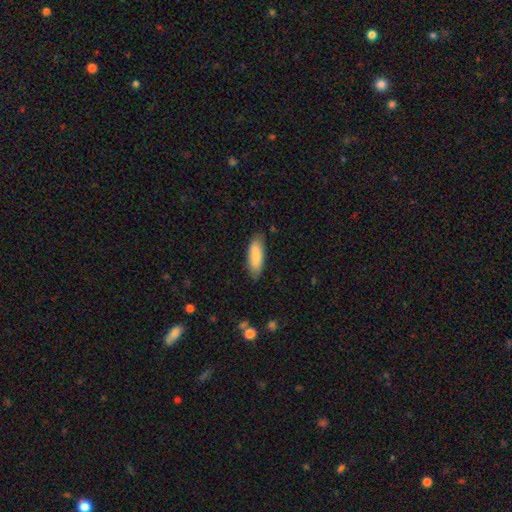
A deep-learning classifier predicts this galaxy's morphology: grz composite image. It shows a smooth galaxy with no disk features (84%) that is in between round and cigar-shaped (62%). Merging: none (82%).